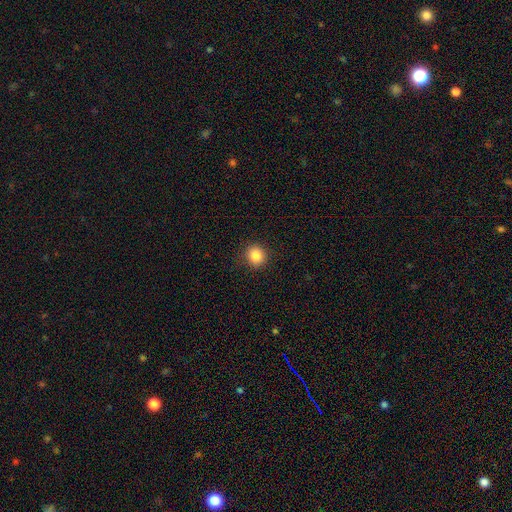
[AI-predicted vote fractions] Smooth or featured? smooth (84%)
How rounded? round (88%)
Merging? none (90%)